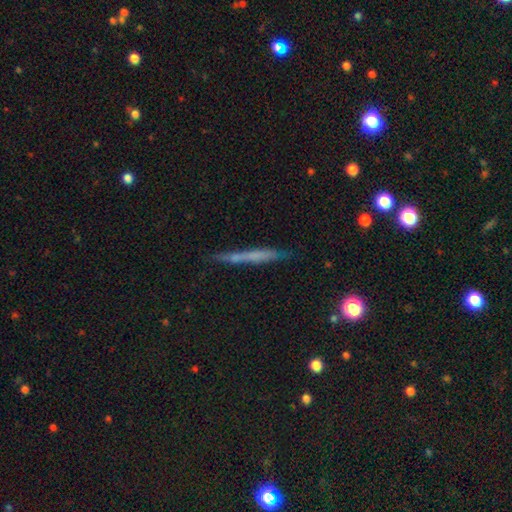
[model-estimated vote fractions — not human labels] Smooth or featured? Predicted: smooth (p=0.51). How rounded? Predicted: cigar-shaped (p=0.95). Merging? Predicted: none (p=0.80).